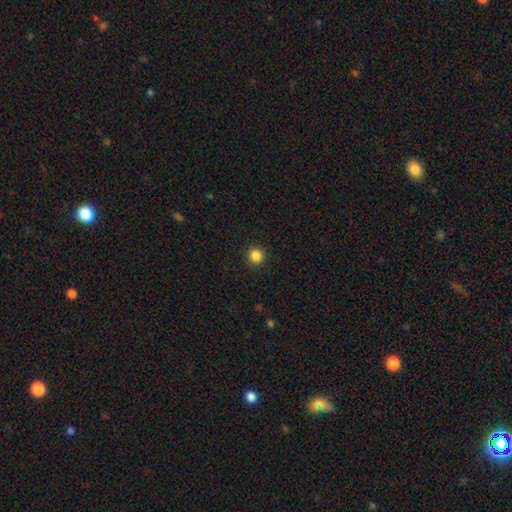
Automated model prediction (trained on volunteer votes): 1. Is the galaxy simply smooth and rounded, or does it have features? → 86% smooth, 11% star or artifact, 3% featured or disk.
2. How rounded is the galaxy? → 92% round, 7% in between, 1% cigar-shaped.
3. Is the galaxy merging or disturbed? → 93% none, 5% minor disturbance, 2% major disturbance, 1% merger.